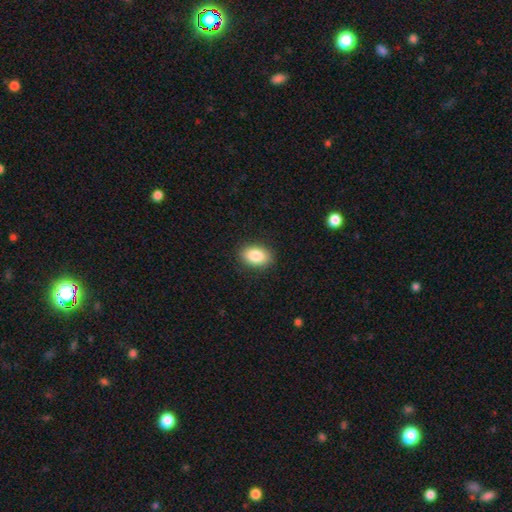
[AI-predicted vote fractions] smooth 87%, star or artifact 8%, featured or disk 6%. Down the decision tree: how rounded — in between (87%); merging — none (89%).